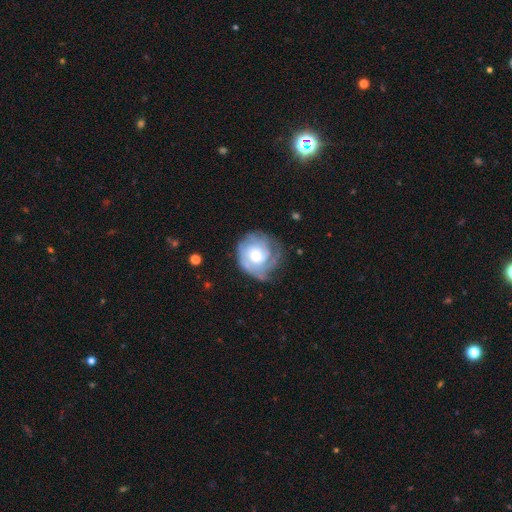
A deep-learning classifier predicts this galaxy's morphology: This appears to be a featured or disk galaxy (69%) with no bar (77%), tight (64%) spiral arms (85%) and a moderate central bulge (56%). Merging: none (59%).